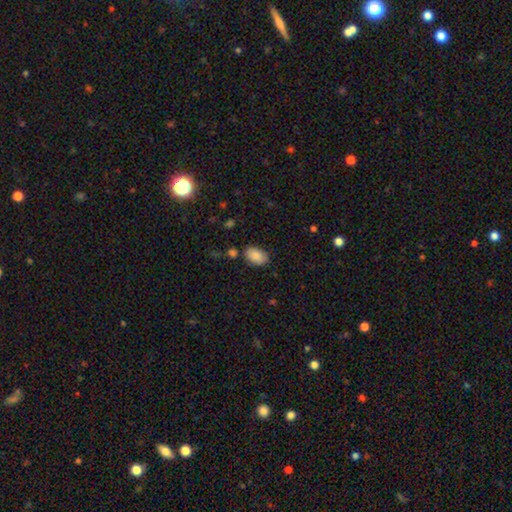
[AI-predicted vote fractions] Smooth or featured: smooth — 87% (star or artifact — 7%)
How rounded: in between — 92% (round — 7%)
Merging: none — 79% (minor disturbance — 15%)